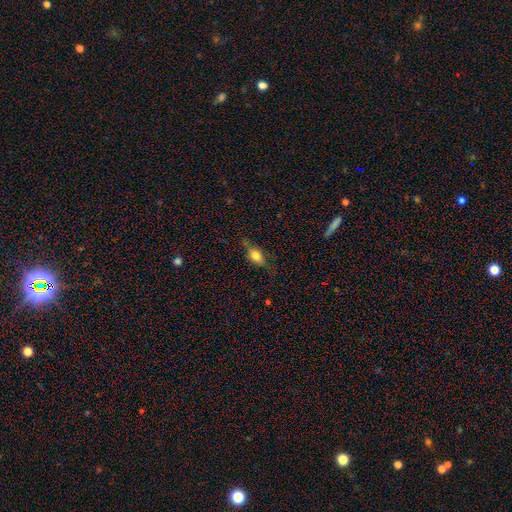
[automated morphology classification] The model was most divided on "smooth or featured": smooth: 63%, featured or disk: 29%, star or artifact: 9%. More confident: how rounded — in between (73%); merging — none (65%).